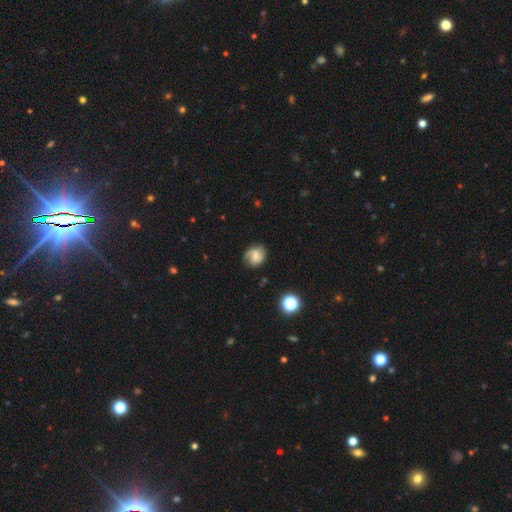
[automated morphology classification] smooth-or-featured: smooth: 47% | featured or disk: 43% | star or artifact: 10%
  merging: none: 69% | minor disturbance: 22% | major disturbance: 7% | merger: 2%